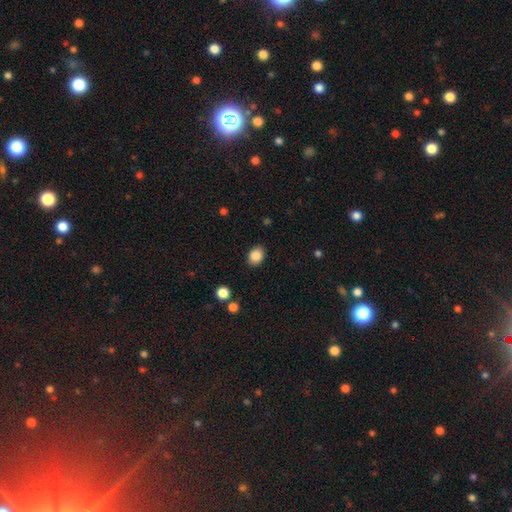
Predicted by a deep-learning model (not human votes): smooth_or_featured: smooth (p=0.87) [alt: star or artifact p=0.09]
how_rounded: in between (p=0.60) [alt: round p=0.39]
merging: none (p=0.87) [alt: minor disturbance p=0.09]